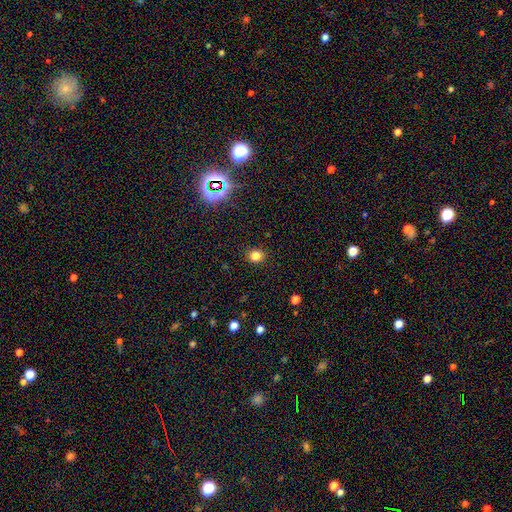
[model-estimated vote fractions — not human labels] smooth-or-featured: smooth: 81% | star or artifact: 15% | featured or disk: 5%
  how-rounded: round: 76% | in between: 23% | cigar-shaped: 1%
  merging: none: 90% | minor disturbance: 7% | major disturbance: 2% | merger: 1%